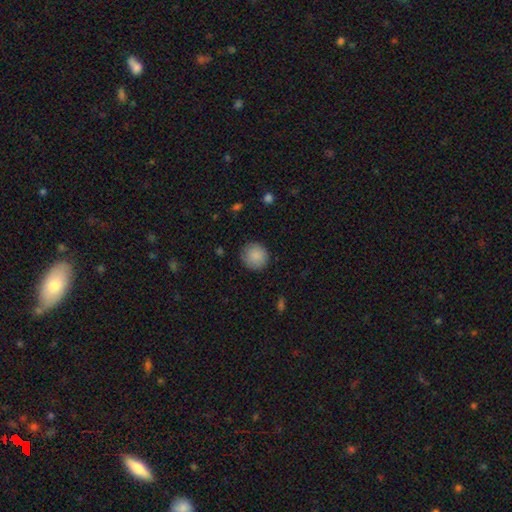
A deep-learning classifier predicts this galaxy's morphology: Smooth or featured?
  - smooth: 89% *
  - star or artifact: 7%
  - featured or disk: 4%
How rounded?
  - round: 91% *
  - in between: 8%
  - cigar-shaped: 1%
Merging?
  - none: 87% *
  - minor disturbance: 9%
  - major disturbance: 2%
  - merger: 1%